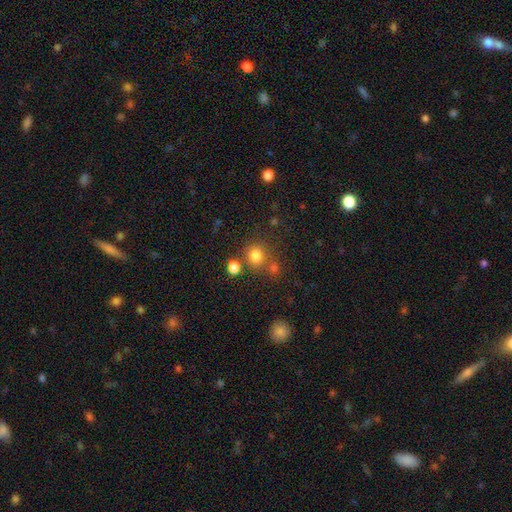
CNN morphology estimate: A smooth galaxy with no disk features (77%) that is round (83%). Merging: none (69%).